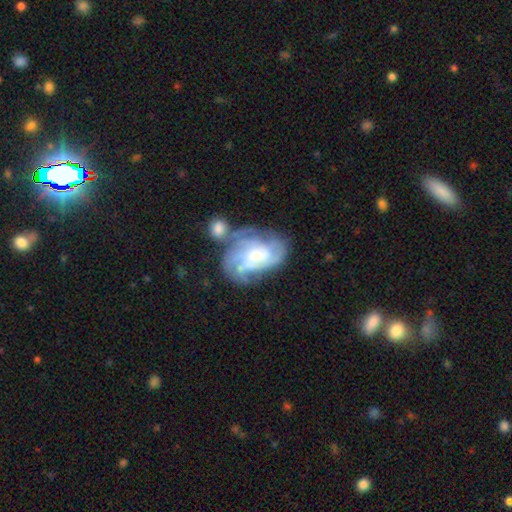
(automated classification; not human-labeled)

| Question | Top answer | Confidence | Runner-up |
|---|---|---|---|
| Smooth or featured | featured or disk | 79% | smooth (15%) |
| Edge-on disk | no | 97% | yes (3%) |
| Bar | no | 61% | weak (32%) |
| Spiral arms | yes | 91% | no (9%) |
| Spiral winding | tight | 51% | medium (37%) |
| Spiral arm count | can't tell | 34% | 3 (22%) |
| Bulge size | small | 48% | moderate (40%) |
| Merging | none | 45% | minor disturbance (20%) |